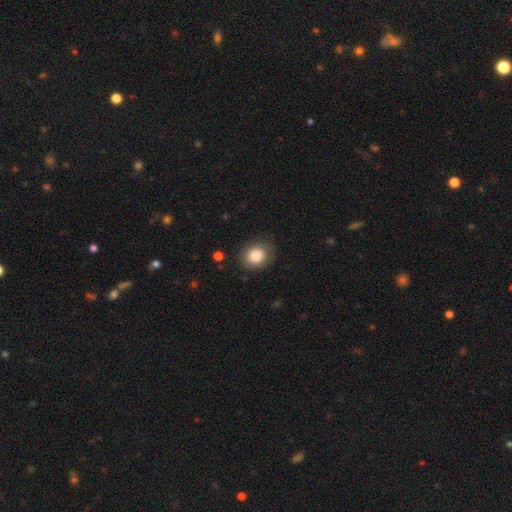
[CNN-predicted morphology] This is clearly a smooth galaxy (86%). How rounded: likely round (68%). Merging: clearly none (81%).